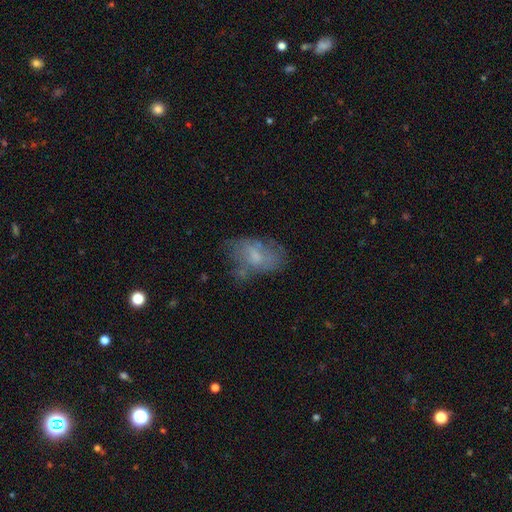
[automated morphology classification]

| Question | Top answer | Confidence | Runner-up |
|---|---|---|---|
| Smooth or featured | smooth | 48% | featured or disk (41%) |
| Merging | none | 43% | minor disturbance (28%) |